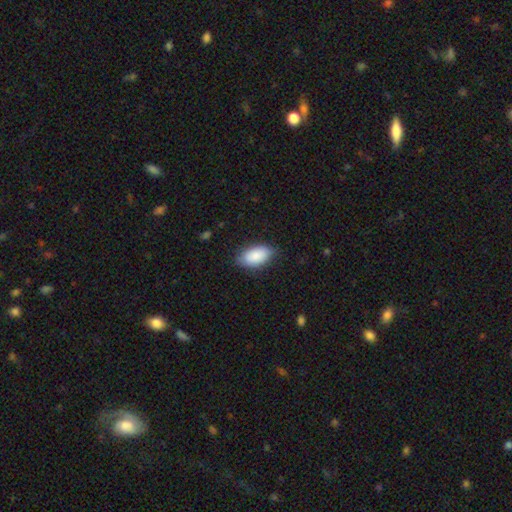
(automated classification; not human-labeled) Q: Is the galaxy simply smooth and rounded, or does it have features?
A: smooth — 87%.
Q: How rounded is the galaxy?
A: in between — 94%.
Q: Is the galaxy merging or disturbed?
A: none — 76%.